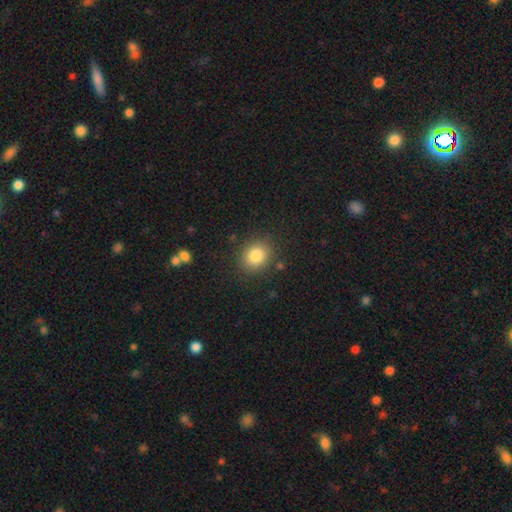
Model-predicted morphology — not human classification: Smooth or featured: smooth — 84% (star or artifact — 10%)
How rounded: round — 67% (in between — 32%)
Merging: none — 85% (minor disturbance — 10%)